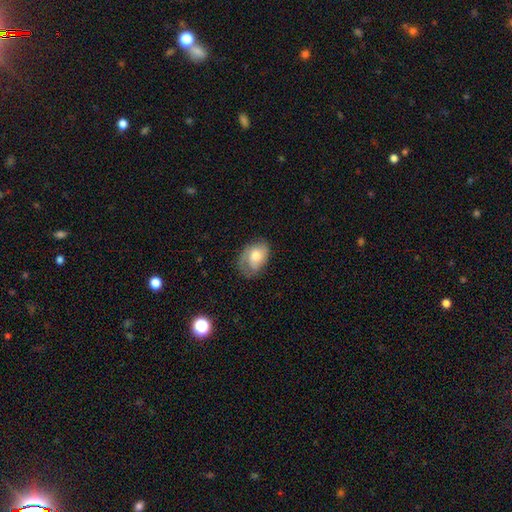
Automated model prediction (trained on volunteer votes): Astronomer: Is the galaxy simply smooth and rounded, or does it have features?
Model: smooth — 57% (runner-up: featured or disk, 36%).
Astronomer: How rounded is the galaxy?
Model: in between — 79%.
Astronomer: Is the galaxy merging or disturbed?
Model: none — 58%.